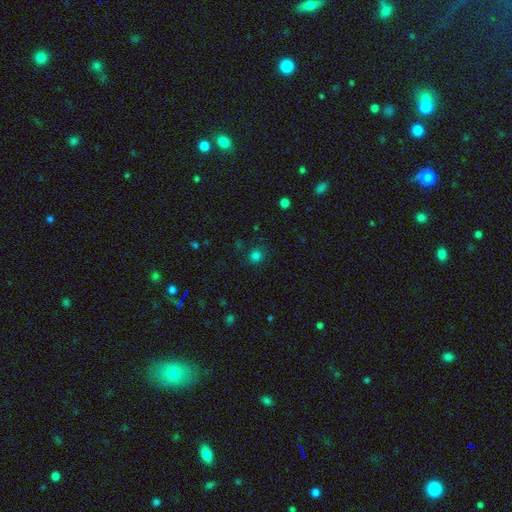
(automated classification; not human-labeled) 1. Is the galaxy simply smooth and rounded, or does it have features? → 78% smooth, 18% star or artifact, 4% featured or disk.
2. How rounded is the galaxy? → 91% round, 8% in between, 1% cigar-shaped.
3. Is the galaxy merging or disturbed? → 86% none, 9% minor disturbance, 3% major disturbance, 2% merger.